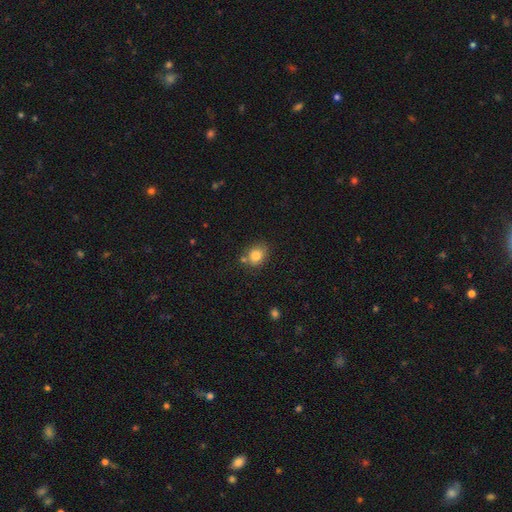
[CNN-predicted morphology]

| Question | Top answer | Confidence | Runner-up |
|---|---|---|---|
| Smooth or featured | smooth | 82% | star or artifact (10%) |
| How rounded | round | 57% | in between (42%) |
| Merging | none | 68% | minor disturbance (16%) |